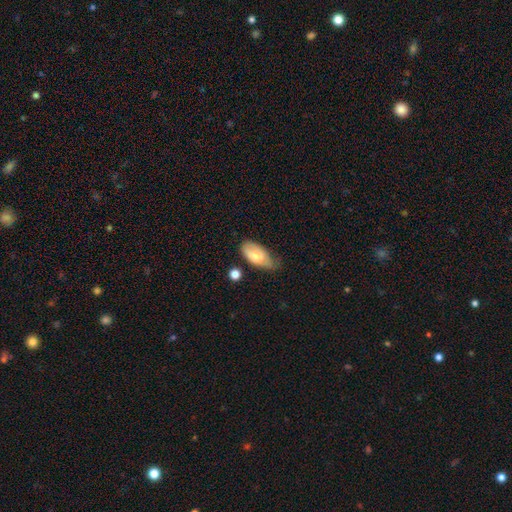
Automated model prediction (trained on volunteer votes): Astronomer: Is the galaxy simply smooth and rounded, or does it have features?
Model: smooth — 75%.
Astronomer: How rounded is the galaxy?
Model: in between — 92%.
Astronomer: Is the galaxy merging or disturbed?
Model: none — 45% (runner-up: minor disturbance, 40%).